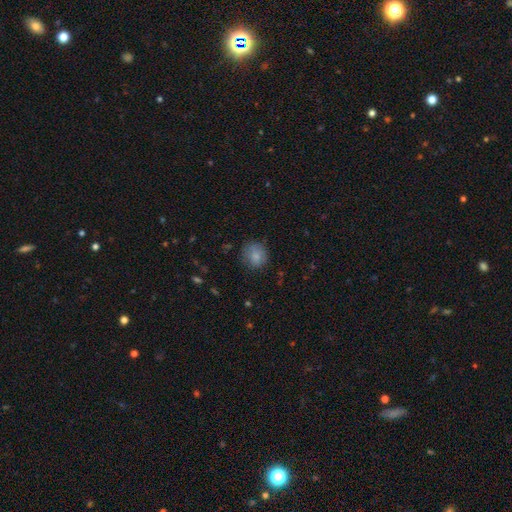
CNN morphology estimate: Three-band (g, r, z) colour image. It shows a smooth galaxy with no disk features (82%) that is round (78%). Merging: none (74%).